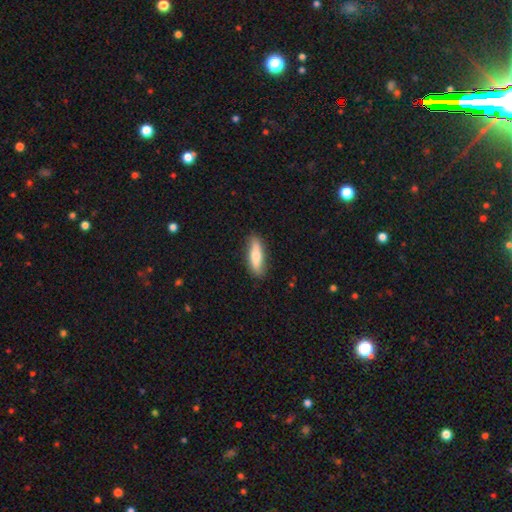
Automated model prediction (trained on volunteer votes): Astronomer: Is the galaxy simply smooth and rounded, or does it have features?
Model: smooth — 68%.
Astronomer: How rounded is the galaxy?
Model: cigar-shaped — 54% (runner-up: in between, 44%).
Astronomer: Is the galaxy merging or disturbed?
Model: none — 85%.